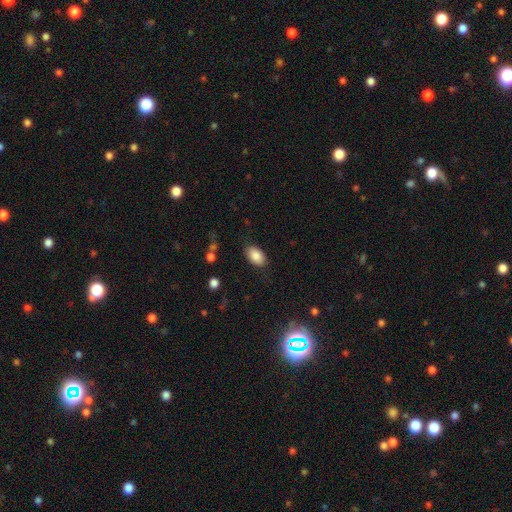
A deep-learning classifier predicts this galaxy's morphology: Overall: smooth (87%). How rounded: in between (92%). Merging: none (84%).